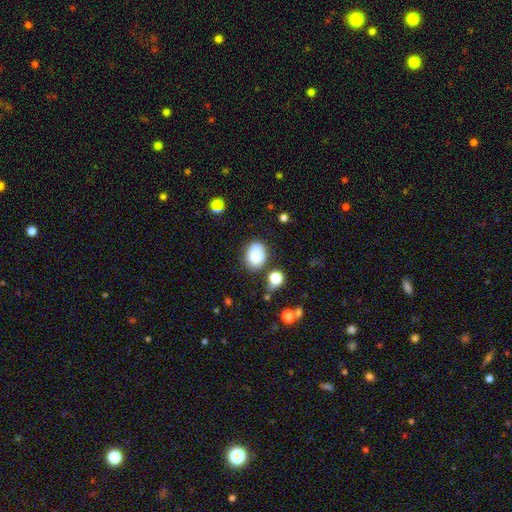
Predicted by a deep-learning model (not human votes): Q: Smooth or featured?
A: smooth (80%); runner-up: featured or disk (10%)
Q: How rounded?
A: in between (58%); runner-up: round (41%)
Q: Merging?
A: none (62%); runner-up: minor disturbance (22%)